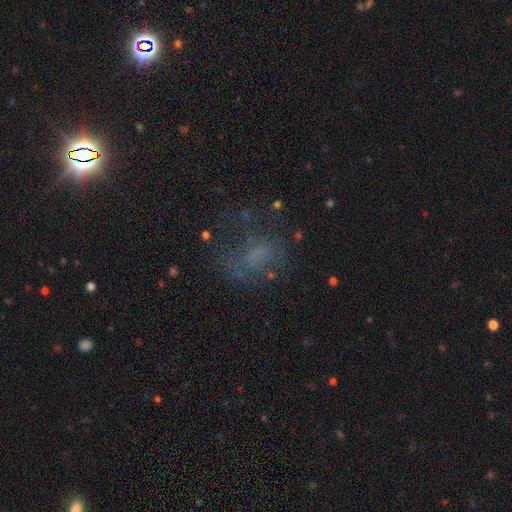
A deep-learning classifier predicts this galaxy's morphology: Smooth or featured: smooth — 39% (featured or disk — 30%)
Merging: none — 49% (major disturbance — 27%)